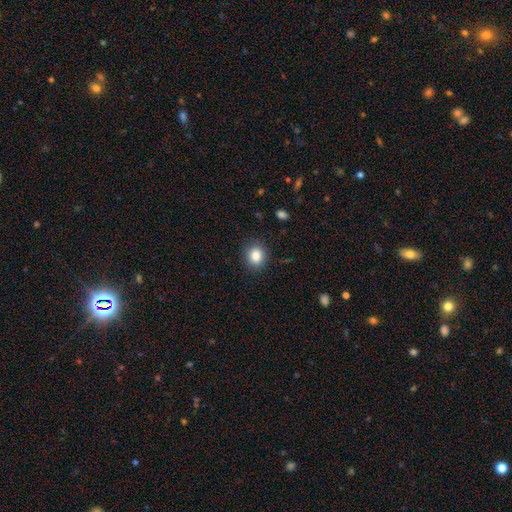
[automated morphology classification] The model was most divided on "how rounded": round: 69%, in between: 30%, cigar-shaped: 1%. More confident: merging — none (87%); smooth or featured — smooth (86%).